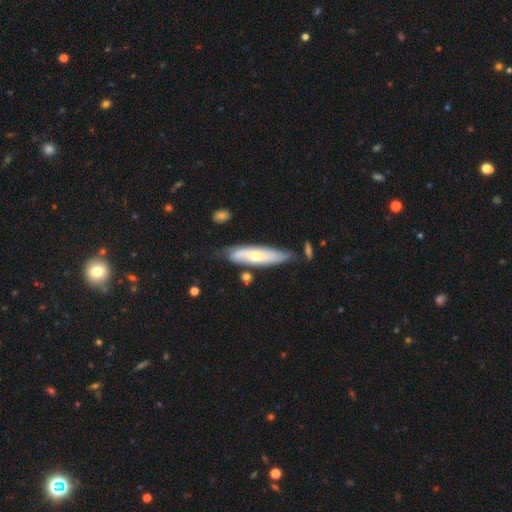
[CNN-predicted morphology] The model was most divided on "edge-on disk": no: 54%, yes: 46%. More confident: merging — none (67%); smooth or featured — featured or disk (51%).